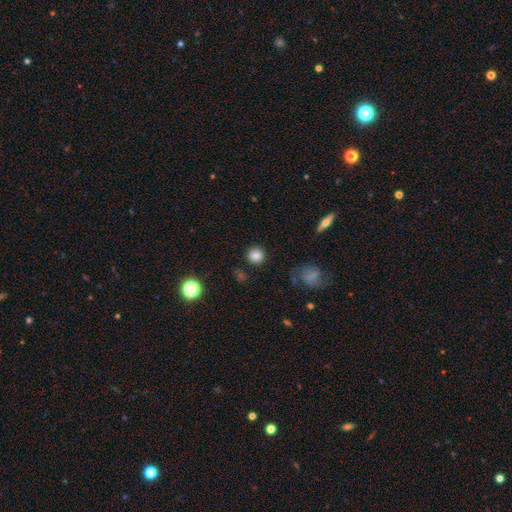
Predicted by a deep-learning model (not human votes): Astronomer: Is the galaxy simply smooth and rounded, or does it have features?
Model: smooth — 82%.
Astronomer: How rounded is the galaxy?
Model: round — 93%.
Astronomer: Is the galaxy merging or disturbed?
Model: none — 89%.